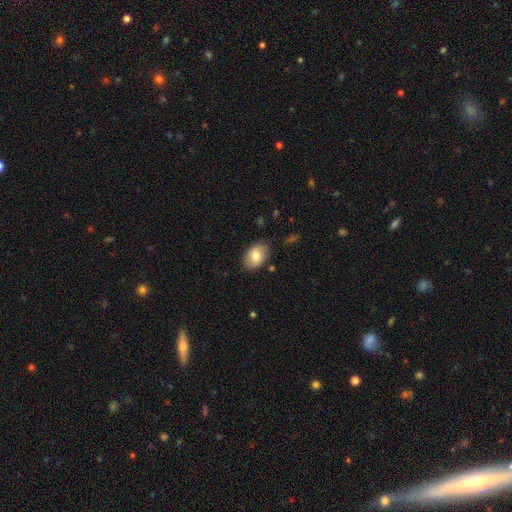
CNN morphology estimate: smooth-or-featured: smooth: 80% | featured or disk: 13% | star or artifact: 7%
  how-rounded: in between: 88% | round: 11% | cigar-shaped: 1%
  merging: none: 84% | minor disturbance: 12% | major disturbance: 3% | merger: 2%